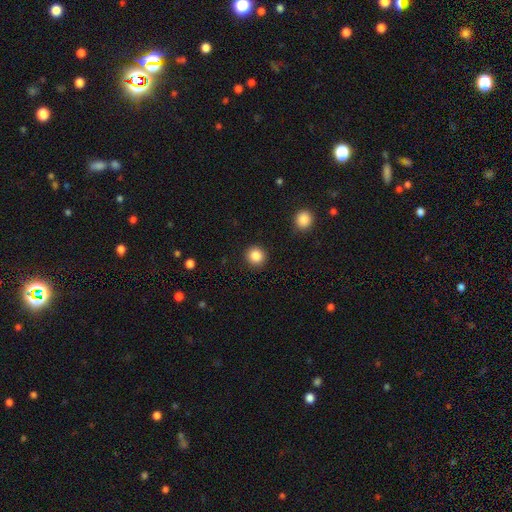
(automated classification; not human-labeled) Q: Smooth or featured?
A: smooth (86%); runner-up: star or artifact (10%)
Q: How rounded?
A: round (92%); runner-up: in between (8%)
Q: Merging?
A: none (91%); runner-up: minor disturbance (5%)